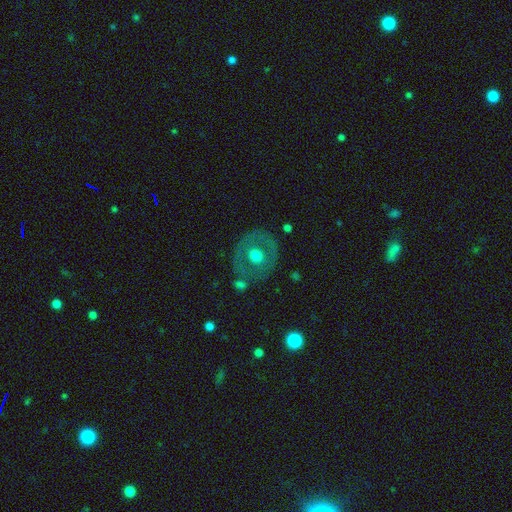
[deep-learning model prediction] smooth-or-featured: smooth: 47% | featured or disk: 46% | star or artifact: 6%
  merging: none: 77% | minor disturbance: 13% | major disturbance: 7% | merger: 3%